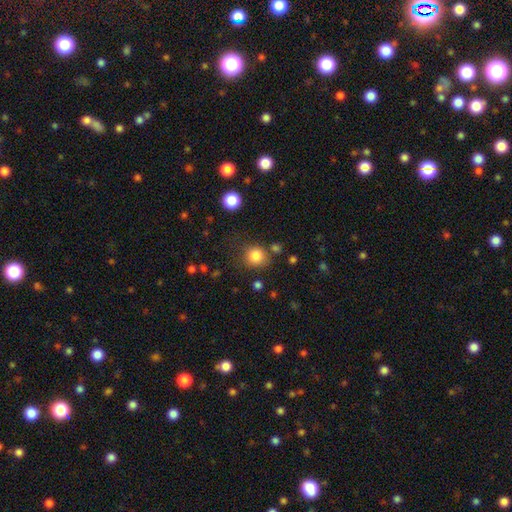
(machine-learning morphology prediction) Overall: smooth (83%). How rounded: round (88%). Merging: none (77%).